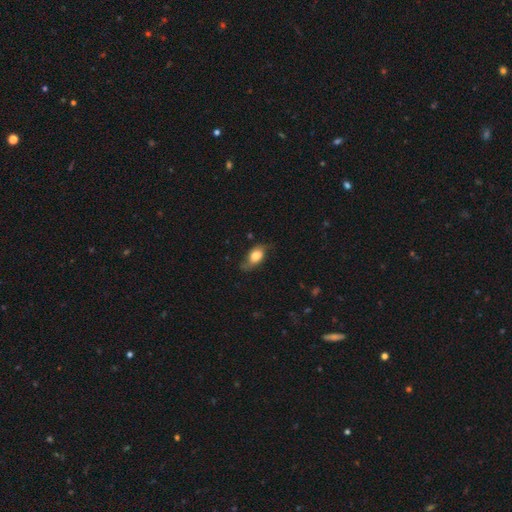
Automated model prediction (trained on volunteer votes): A smooth galaxy with no disk features (70%) that is in between round and cigar-shaped (85%).

Vote fractions:
- Smooth or featured? smooth: 70% / featured or disk: 22% / star or artifact: 7%
- How rounded? in between: 85% / round: 11% / cigar-shaped: 4%
- Merging? none: 62% / minor disturbance: 27% / major disturbance: 9% / merger: 2%